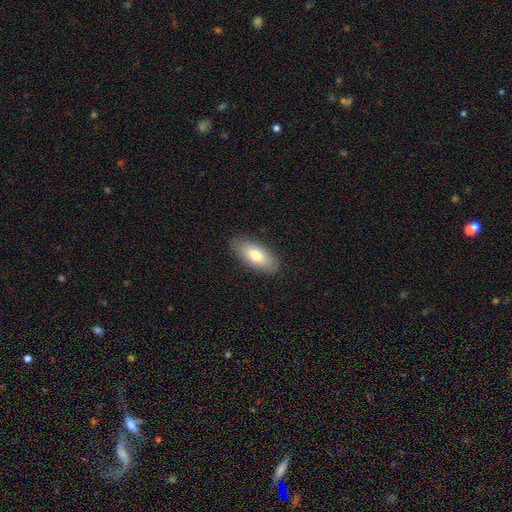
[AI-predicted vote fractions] A smooth galaxy with no disk features (76%) that is in between round and cigar-shaped (88%).

Vote fractions:
- Smooth or featured? smooth: 76% / featured or disk: 18% / star or artifact: 6%
- How rounded? in between: 88% / cigar-shaped: 10% / round: 2%
- Merging? none: 87% / minor disturbance: 10% / major disturbance: 2% / merger: 1%